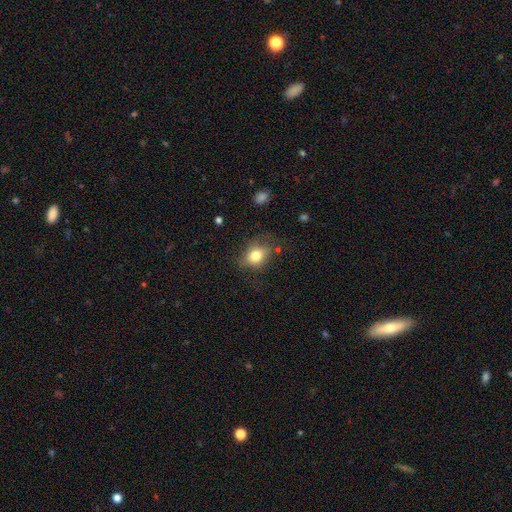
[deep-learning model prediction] smooth_or_featured: smooth (p=0.79) [alt: featured or disk p=0.11]
how_rounded: in between (p=0.57) [alt: round p=0.42]
merging: none (p=0.64) [alt: minor disturbance p=0.24]